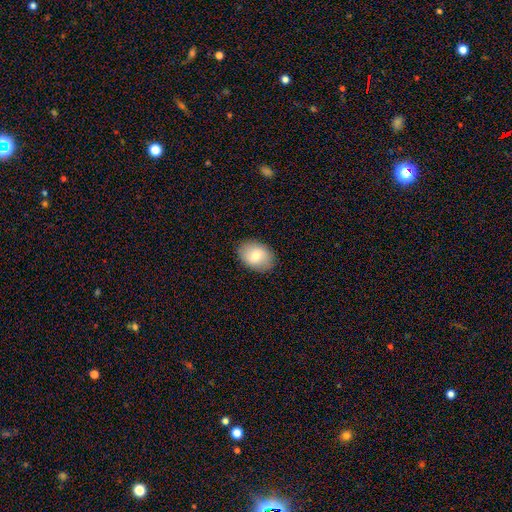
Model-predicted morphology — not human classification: Smooth or featured? smooth (77%)
How rounded? in between (80%)
Merging? none (88%)